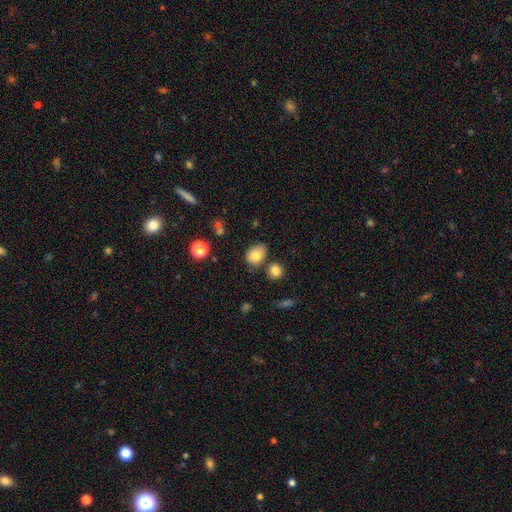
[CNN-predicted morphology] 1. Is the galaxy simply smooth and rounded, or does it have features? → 79% smooth, 11% featured or disk, 10% star or artifact.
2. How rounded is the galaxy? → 67% in between, 31% round, 1% cigar-shaped.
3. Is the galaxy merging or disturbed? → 68% none, 17% minor disturbance, 11% merger, 4% major disturbance.